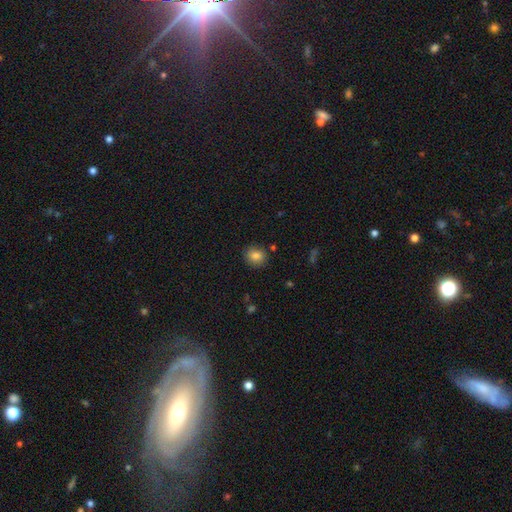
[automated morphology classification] smooth-or-featured: smooth: 83% | star or artifact: 10% | featured or disk: 7%
  how-rounded: round: 69% | in between: 30% | cigar-shaped: 1%
  merging: none: 87% | minor disturbance: 9% | major disturbance: 2% | merger: 2%